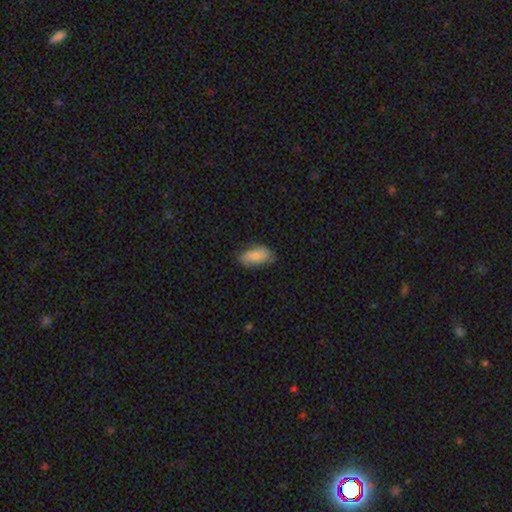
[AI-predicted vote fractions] A smooth galaxy with no disk features (70%) that is in between round and cigar-shaped (91%). Merging: none (68%).